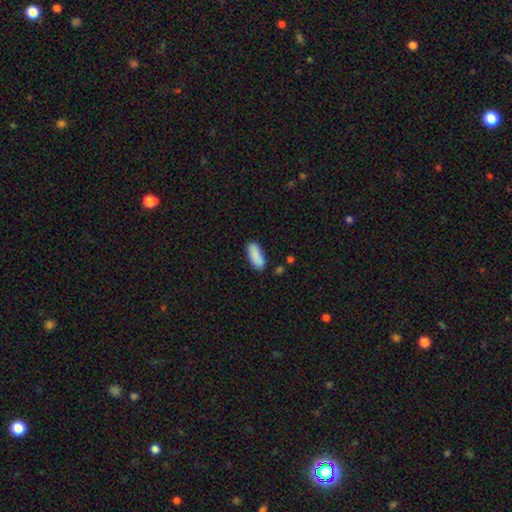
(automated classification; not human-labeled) Morphology: type=smooth (89%); roundness=in between (77%); merging=none (78%).